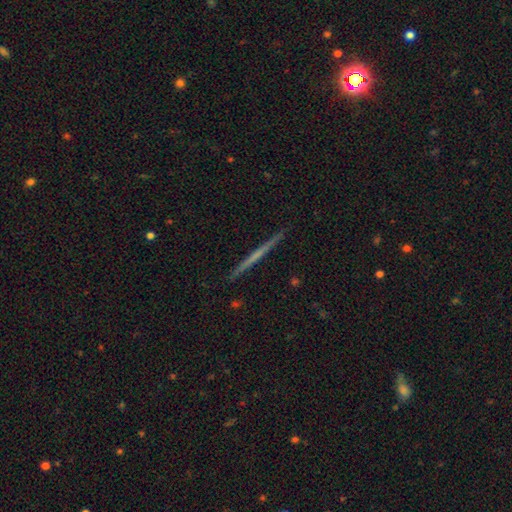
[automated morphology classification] Overall: featured or disk (60%; smooth 34%). Edge-on disk: yes (98%). Edge-on bulge: none (86%). Merging: none (93%).